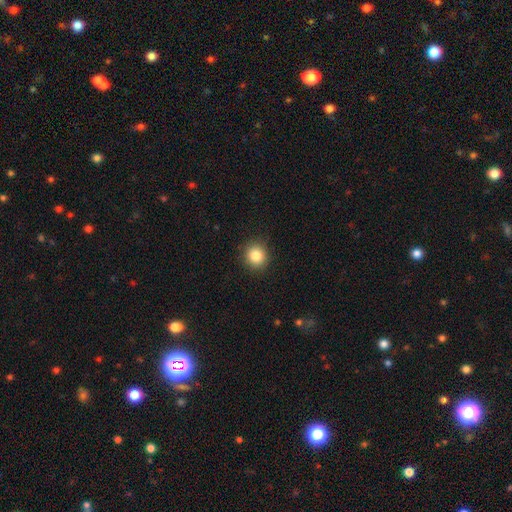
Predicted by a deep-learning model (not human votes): Smooth or featured: smooth — 85% (star or artifact — 10%)
How rounded: round — 90% (in between — 9%)
Merging: none — 91% (minor disturbance — 6%)